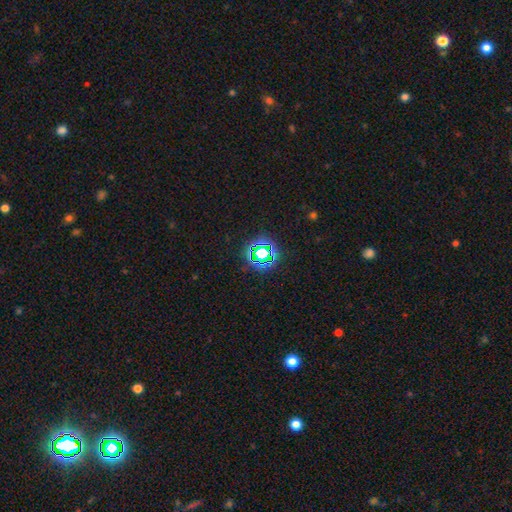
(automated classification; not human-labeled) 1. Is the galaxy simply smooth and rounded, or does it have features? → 75% star or artifact, 18% smooth, 7% featured or disk.